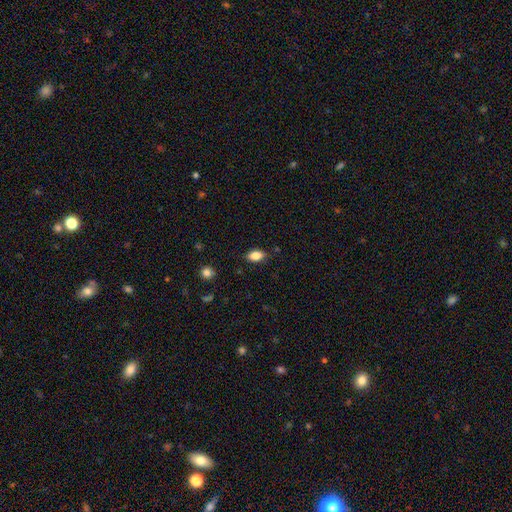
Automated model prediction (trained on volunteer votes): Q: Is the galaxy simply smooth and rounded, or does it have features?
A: smooth — 84%.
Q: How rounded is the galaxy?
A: in between — 89%.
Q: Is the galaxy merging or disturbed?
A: none — 85%.